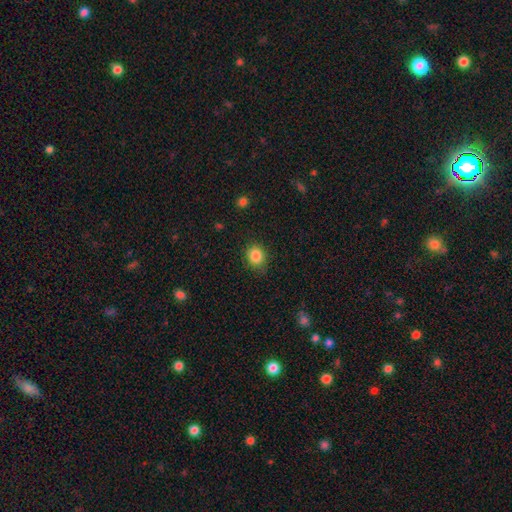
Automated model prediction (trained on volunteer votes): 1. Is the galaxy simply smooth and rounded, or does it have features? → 85% smooth, 10% star or artifact, 4% featured or disk.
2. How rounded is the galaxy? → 75% round, 24% in between, 1% cigar-shaped.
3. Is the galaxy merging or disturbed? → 83% none, 13% minor disturbance, 3% major disturbance, 1% merger.